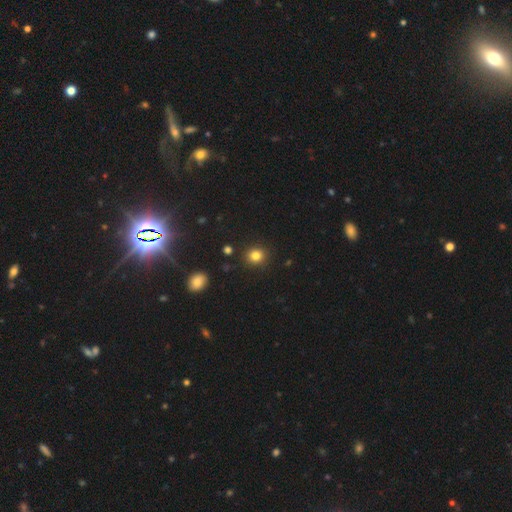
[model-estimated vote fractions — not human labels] Morphology: type=smooth (83%); roundness=round (79%); merging=none (89%).